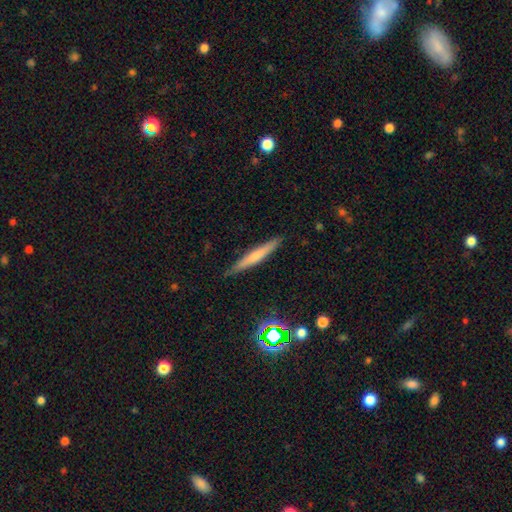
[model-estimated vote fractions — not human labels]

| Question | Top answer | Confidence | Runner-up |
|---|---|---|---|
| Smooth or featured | smooth | 57% | featured or disk (35%) |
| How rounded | cigar-shaped | 95% | in between (4%) |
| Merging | none | 87% | minor disturbance (10%) |